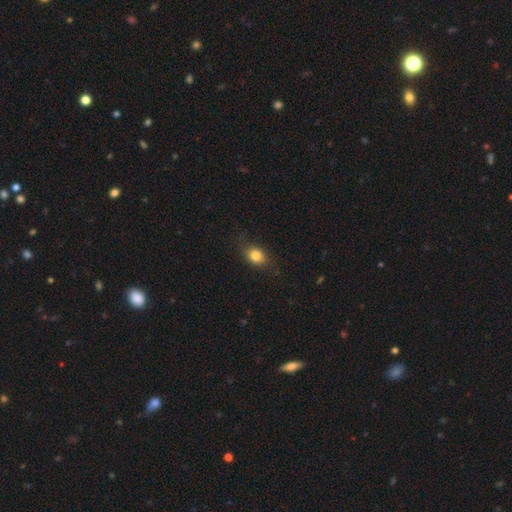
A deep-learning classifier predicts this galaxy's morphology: Smooth or featured? Predicted: smooth (p=0.81). How rounded? Predicted: in between (p=0.60). Merging? Predicted: none (p=0.76).